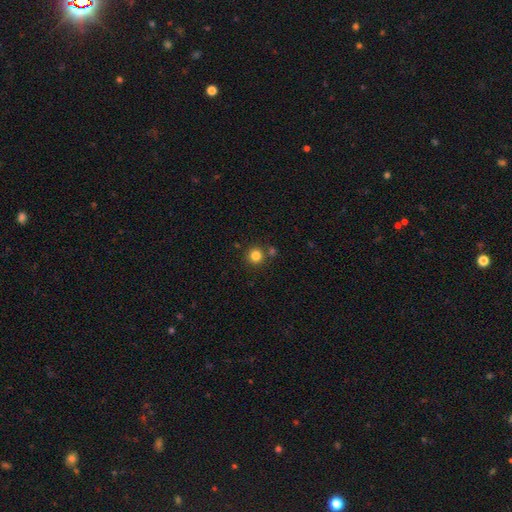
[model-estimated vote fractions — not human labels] Overall: smooth (83%). How rounded: round (94%). Merging: none (80%).